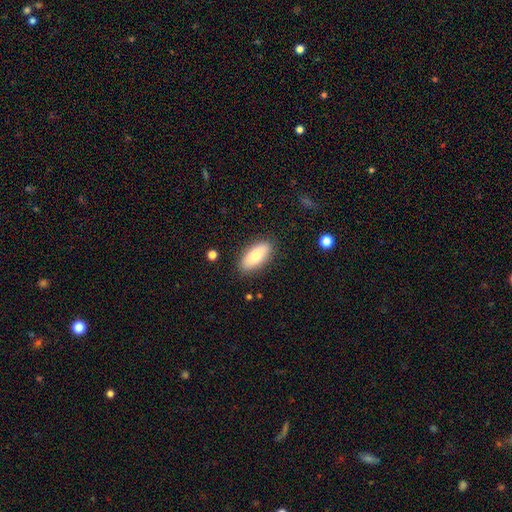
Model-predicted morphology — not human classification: A smooth galaxy with no disk features (78%) that is in between round and cigar-shaped (86%).

Vote fractions:
- Smooth or featured? smooth: 78% / featured or disk: 16% / star or artifact: 6%
- How rounded? in between: 86% / cigar-shaped: 11% / round: 3%
- Merging? none: 86% / minor disturbance: 10% / major disturbance: 2% / merger: 1%